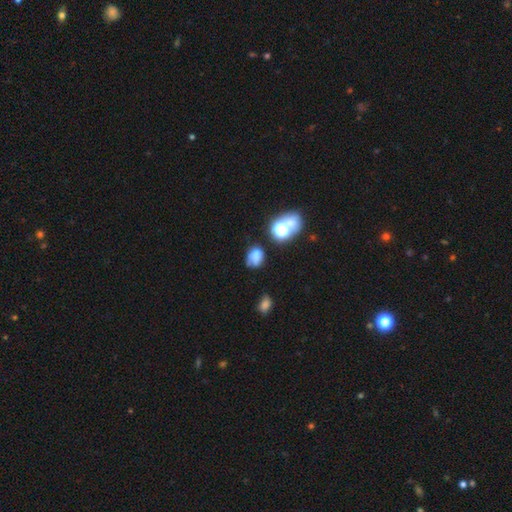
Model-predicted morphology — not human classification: A smooth galaxy with no disk features (62%) that is in between round and cigar-shaped (55%). Merging: none (45%).